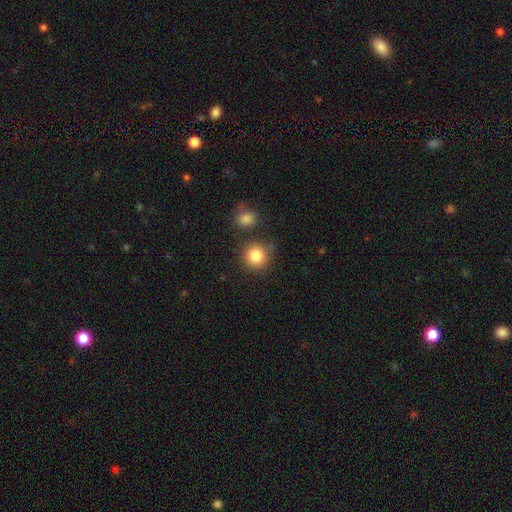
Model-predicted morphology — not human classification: smooth-or-featured: smooth: 83% | star or artifact: 10% | featured or disk: 6%
  how-rounded: round: 91% | in between: 8% | cigar-shaped: 1%
  merging: none: 79% | minor disturbance: 11% | merger: 7% | major disturbance: 4%